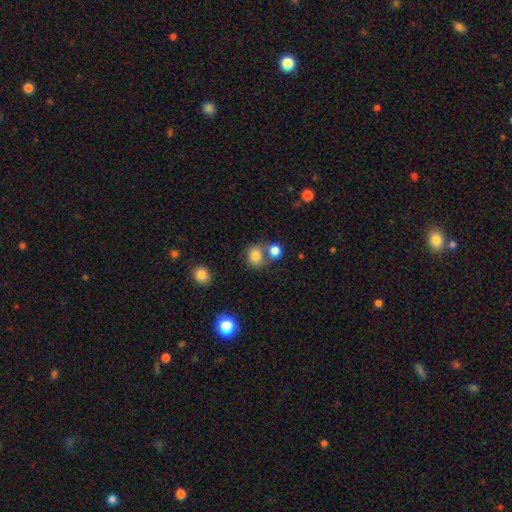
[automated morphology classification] Smooth or featured: smooth — 80% (star or artifact — 11%)
How rounded: round — 68% (in between — 31%)
Merging: none — 48% (merger — 34%)